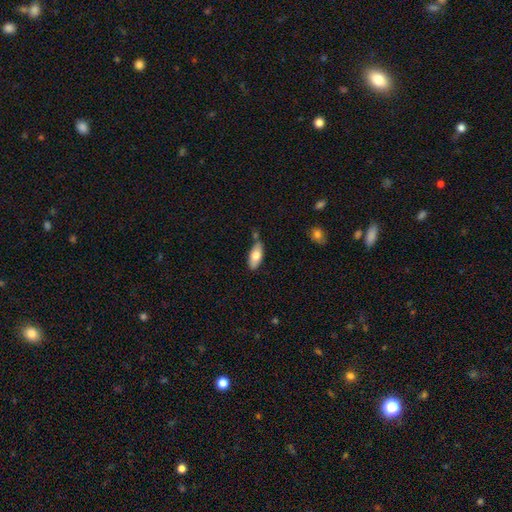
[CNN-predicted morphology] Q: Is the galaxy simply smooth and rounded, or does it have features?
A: smooth — 74%.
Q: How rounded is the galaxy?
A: in between — 81%.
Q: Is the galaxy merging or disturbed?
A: none — 70%.